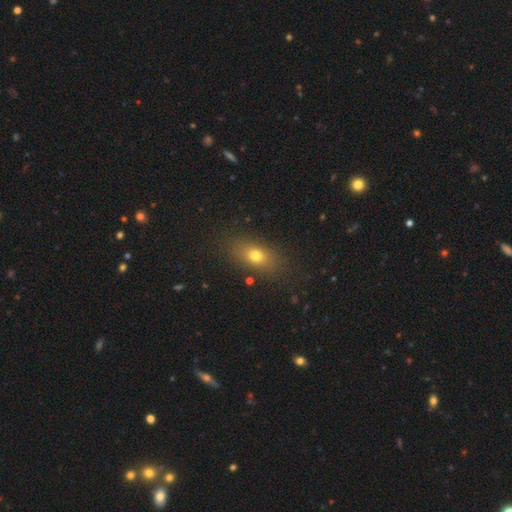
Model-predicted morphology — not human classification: Q: Smooth or featured?
A: smooth (71%); runner-up: featured or disk (16%)
Q: How rounded?
A: in between (72%); runner-up: round (17%)
Q: Merging?
A: none (83%); runner-up: minor disturbance (11%)